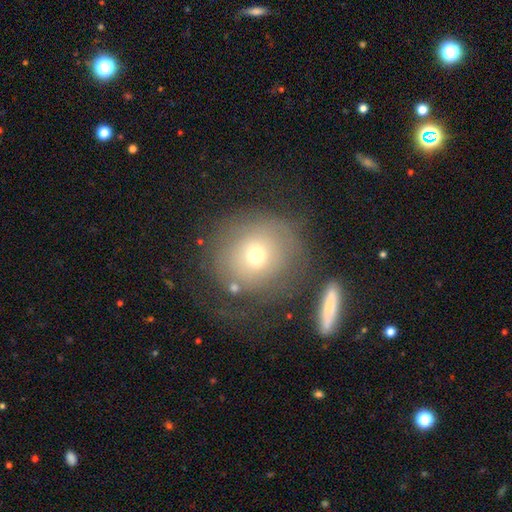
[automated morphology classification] A smooth galaxy with no disk features (58%) that is round (88%).

Vote fractions:
- Smooth or featured? smooth: 58% / featured or disk: 30% / star or artifact: 12%
- How rounded? round: 88% / in between: 11% / cigar-shaped: 1%
- Merging? none: 58% / major disturbance: 17% / minor disturbance: 17% / merger: 8%